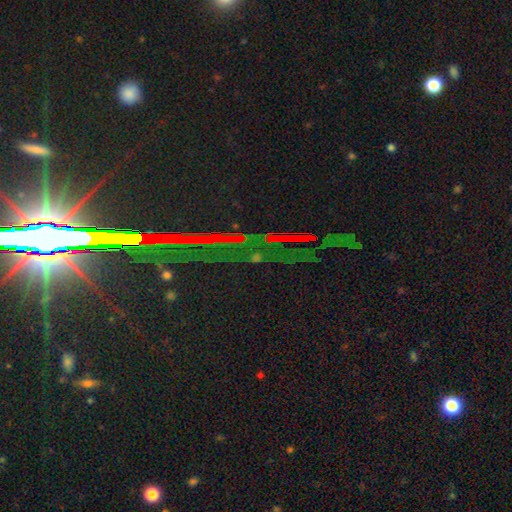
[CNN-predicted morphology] smooth-or-featured: star or artifact: 81% | featured or disk: 10% | smooth: 8%